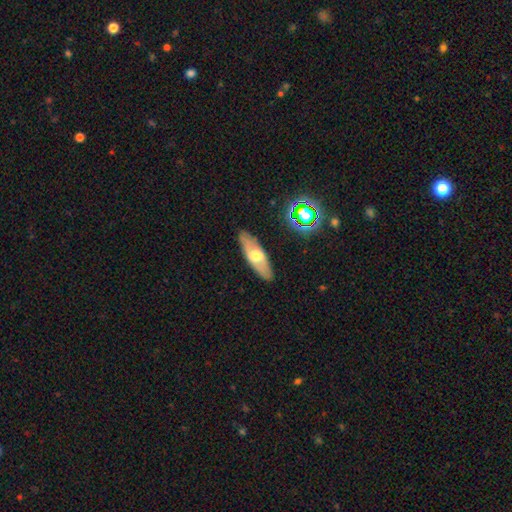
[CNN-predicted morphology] Smooth or featured?
  - featured or disk: 49% *
  - smooth: 44%
  - star or artifact: 7%
Merging?
  - none: 86% *
  - minor disturbance: 10%
  - major disturbance: 2%
  - merger: 1%